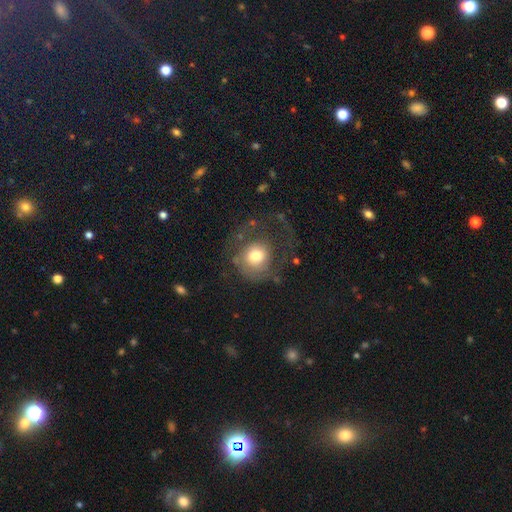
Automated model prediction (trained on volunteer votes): The model was most divided on "merging": none: 41%, major disturbance: 40%, minor disturbance: 17%, merger: 2%. More confident: how rounded — round (84%); smooth or featured — smooth (56%).